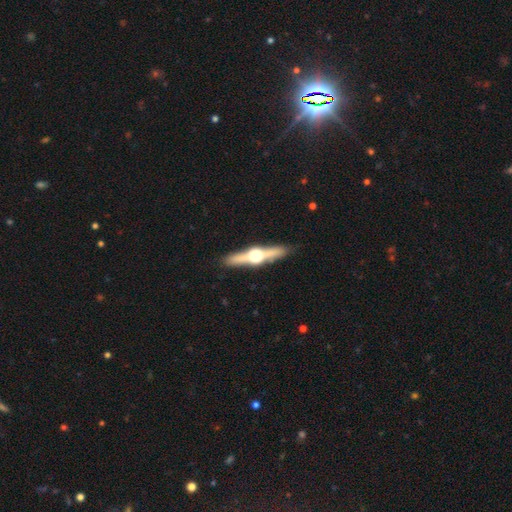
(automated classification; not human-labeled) Smooth or featured?
  - featured or disk: 78% *
  - smooth: 16%
  - star or artifact: 5%
Edge-on disk?
  - yes: 98% *
  - no: 2%
Edge-on bulge?
  - rounded: 96% *
  - boxy: 3%
  - none: 1%
Merging?
  - none: 90% *
  - minor disturbance: 7%
  - major disturbance: 2%
  - merger: 1%